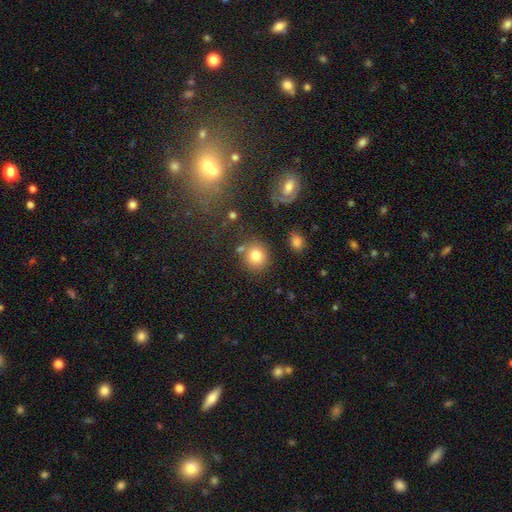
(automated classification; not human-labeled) The model was most divided on "merging": none: 74%, minor disturbance: 12%, merger: 10%, major disturbance: 4%. More confident: how rounded — round (86%); smooth or featured — smooth (80%).